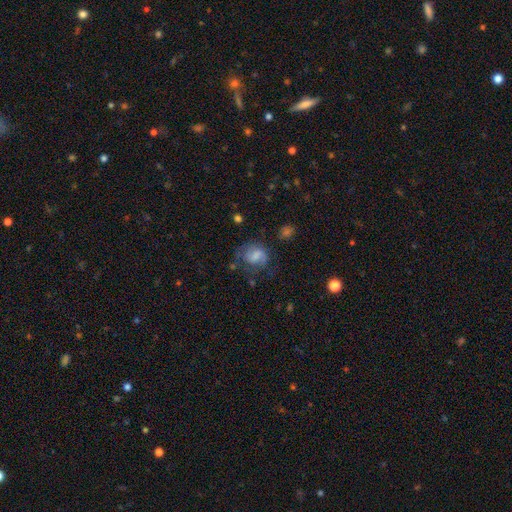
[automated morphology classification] Overall: smooth (52%; featured or disk 38%). How rounded: round (56%; in between 42%). Merging: none (47%; minor disturbance 25%).